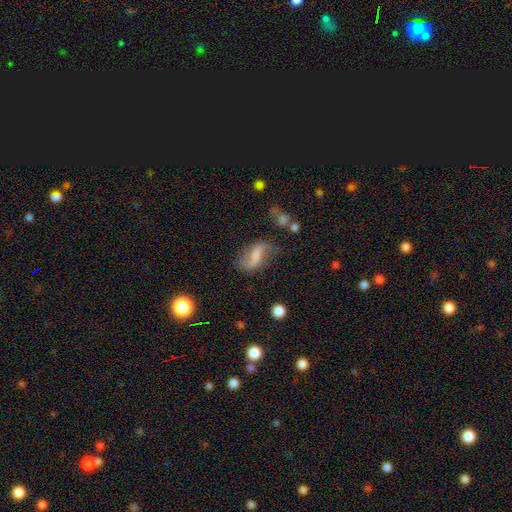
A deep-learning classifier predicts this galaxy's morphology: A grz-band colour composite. It shows a featured or disk galaxy (62%) with a weak bar (40%), 2 (89%) loose (80%) spiral arms (88%) and no central bulge (36%). Merging: none (62%).